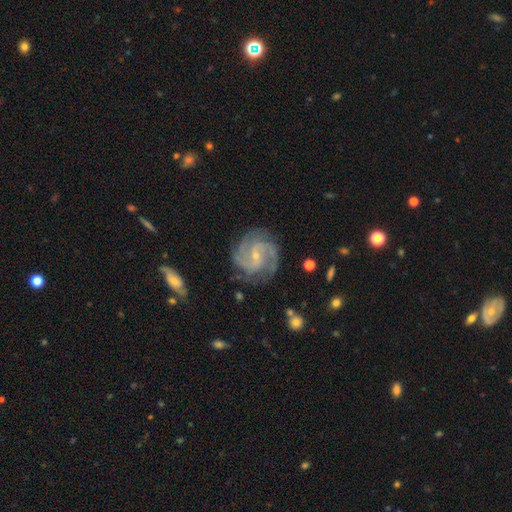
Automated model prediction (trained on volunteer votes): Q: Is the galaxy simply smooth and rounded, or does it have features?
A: featured or disk — 90%.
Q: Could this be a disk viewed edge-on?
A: no — 98%.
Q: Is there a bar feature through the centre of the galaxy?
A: no — 49%.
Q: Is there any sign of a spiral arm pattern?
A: yes — 98%.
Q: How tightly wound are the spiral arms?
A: medium — 47%.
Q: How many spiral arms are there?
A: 3 — 35%.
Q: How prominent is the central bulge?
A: small — 79%.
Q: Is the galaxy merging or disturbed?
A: none — 79%.